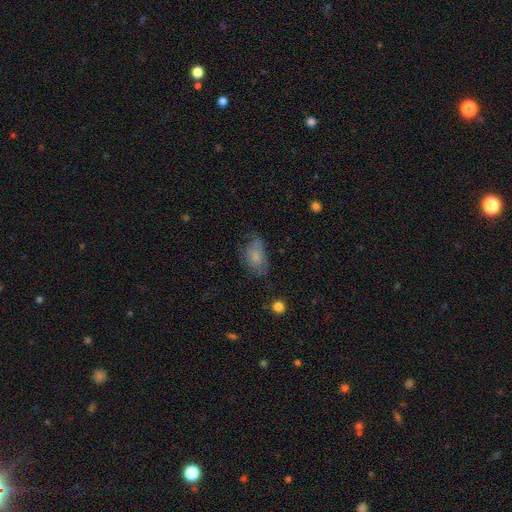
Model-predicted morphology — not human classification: Smooth or featured? Predicted: smooth (p=0.70). How rounded? Predicted: in between (p=0.90). Merging? Predicted: none (p=0.52).